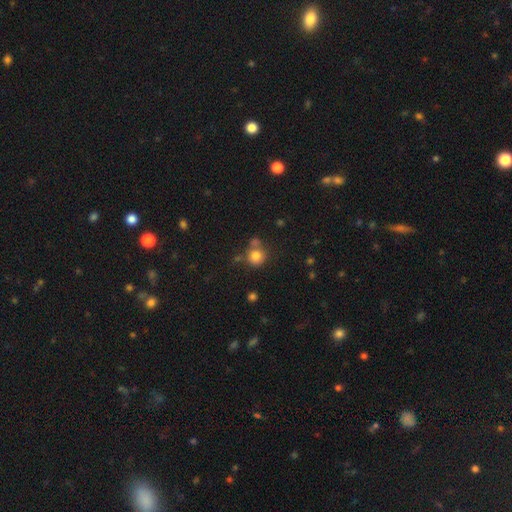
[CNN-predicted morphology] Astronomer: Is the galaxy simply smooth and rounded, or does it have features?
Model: smooth — 80%.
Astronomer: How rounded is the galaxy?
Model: round — 88%.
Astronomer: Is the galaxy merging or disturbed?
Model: none — 61%.